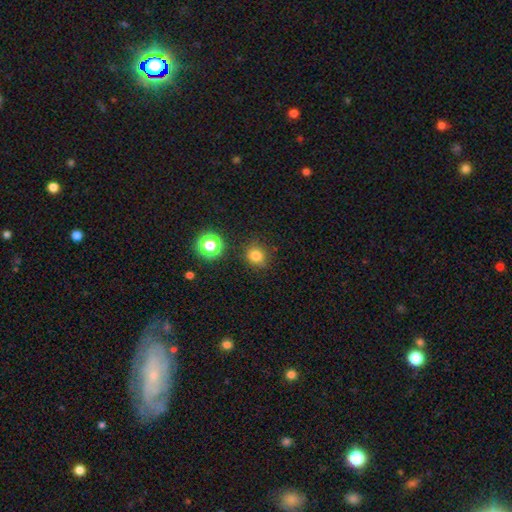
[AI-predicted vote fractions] Overall: smooth (79%). How rounded: round (87%). Merging: none (85%).